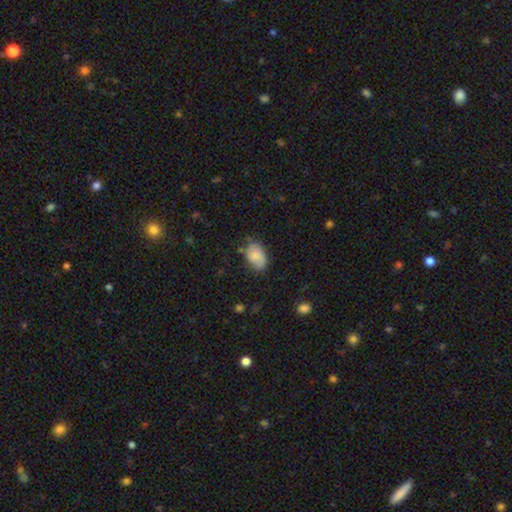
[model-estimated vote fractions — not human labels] smooth-or-featured: smooth: 77% | featured or disk: 16% | star or artifact: 8%
  how-rounded: in between: 87% | round: 12% | cigar-shaped: 1%
  merging: none: 61% | minor disturbance: 30% | major disturbance: 7% | merger: 2%